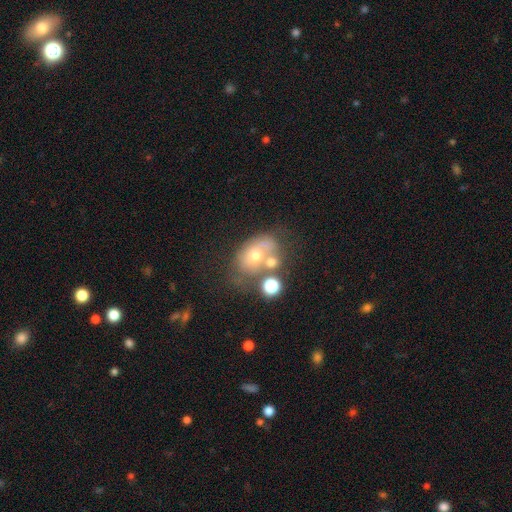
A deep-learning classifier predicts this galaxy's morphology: smooth_or_featured: smooth (p=0.49) [alt: featured or disk p=0.38]
merging: none (p=0.33) [alt: merger p=0.31]